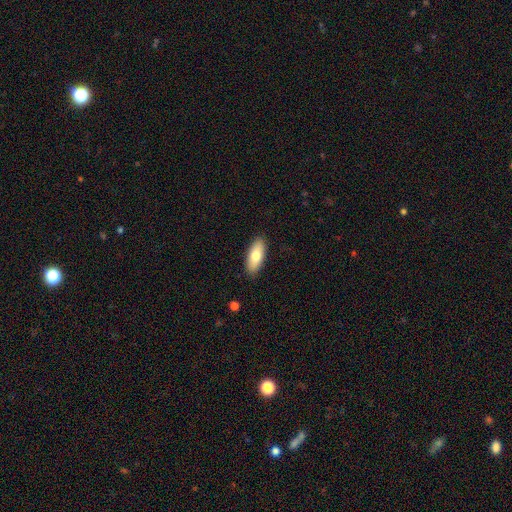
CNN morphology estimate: This is likely a smooth galaxy (76%). How rounded: likely in between (79%). Merging: clearly none (89%).